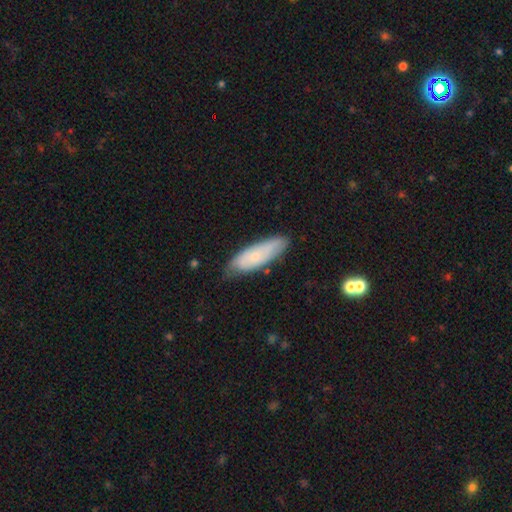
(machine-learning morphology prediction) type=smooth (65%); roundness=in between (54%); merging=none (72%).